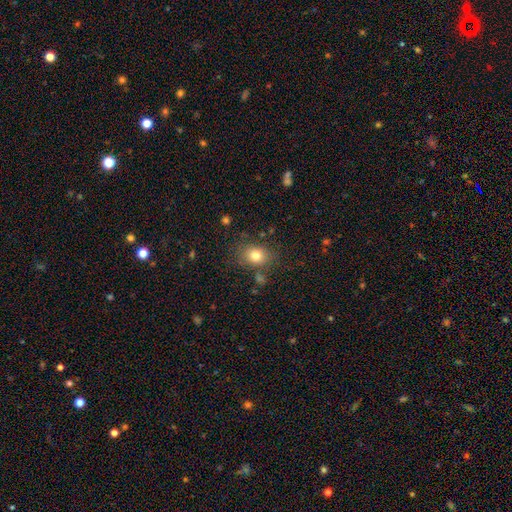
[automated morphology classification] Q: Smooth or featured?
A: smooth (78%); runner-up: star or artifact (12%)
Q: How rounded?
A: in between (50%); runner-up: round (49%)
Q: Merging?
A: none (78%); runner-up: minor disturbance (13%)